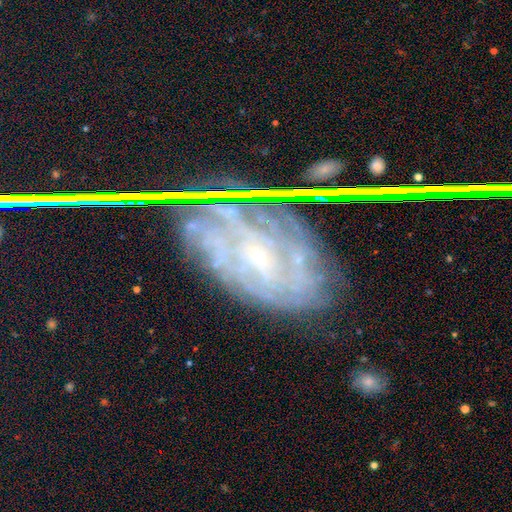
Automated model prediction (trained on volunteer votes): A featured or disk galaxy (72%) with no bar (53%), tight (67%) spiral arms (88%) and a small central bulge (78%).

Vote fractions:
- Smooth or featured? featured or disk: 72% / star or artifact: 16% / smooth: 12%
- Edge-on disk? no: 92% / yes: 8%
- Bar? no: 53% / weak: 34% / strong: 13%
- Spiral arms? yes: 88% / no: 12%
- Spiral winding? tight: 67% / medium: 24% / loose: 8%
- Spiral arm count? can't tell: 48% / 2: 13% / 4: 12% / 3: 11% / more than 4: 9% / 1: 7%
- Bulge size? small: 78% / moderate: 16% / none: 4% / large: 1% / dominant: 1%
- Merging? none: 70% / minor disturbance: 19% / major disturbance: 8% / merger: 3%